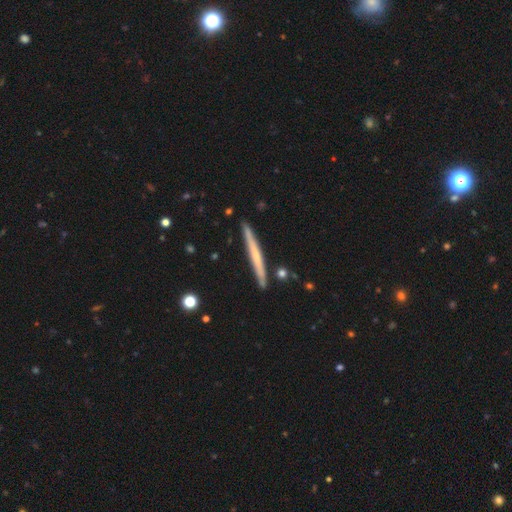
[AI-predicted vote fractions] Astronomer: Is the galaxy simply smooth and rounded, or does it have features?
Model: featured or disk — 53% (runner-up: smooth, 41%).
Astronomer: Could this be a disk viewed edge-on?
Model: yes — 97%.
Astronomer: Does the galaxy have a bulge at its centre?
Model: none — 68%.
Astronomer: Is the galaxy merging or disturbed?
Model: none — 88%.